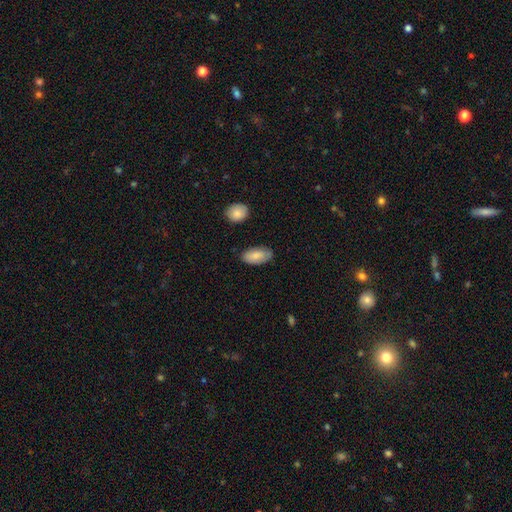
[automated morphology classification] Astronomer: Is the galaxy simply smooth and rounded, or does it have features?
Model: smooth — 83%.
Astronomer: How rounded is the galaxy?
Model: in between — 94%.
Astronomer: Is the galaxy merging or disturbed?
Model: none — 77%.